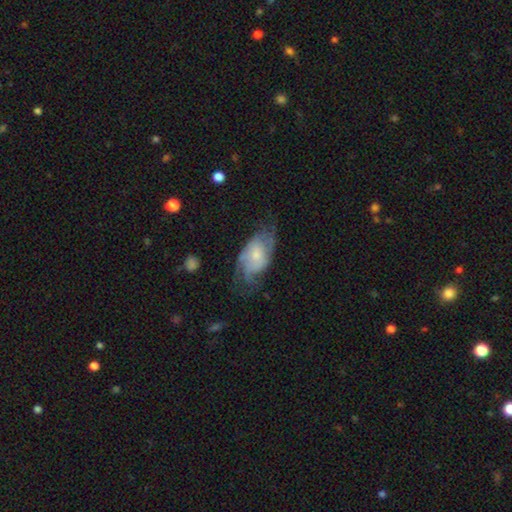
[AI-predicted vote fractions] Smooth or featured?
  - featured or disk: 67% *
  - smooth: 27%
  - star or artifact: 7%
Edge-on disk?
  - no: 95% *
  - yes: 5%
Bar?
  - no: 67% *
  - weak: 29%
  - strong: 5%
Spiral arms?
  - yes: 86% *
  - no: 14%
Spiral winding?
  - medium: 43% *
  - tight: 33%
  - loose: 25%
Spiral arm count?
  - 2: 35% * (tied)
  - can't tell: 35% * (tied)
  - 3: 16%
  - 4: 6%
  - 1: 5%
  - more than 4: 4%
Bulge size?
  - small: 45% *
  - moderate: 40%
  - none: 7%
  - large: 7%
  - dominant: 2%
Merging?
  - none: 52% *
  - minor disturbance: 26%
  - major disturbance: 20%
  - merger: 2%